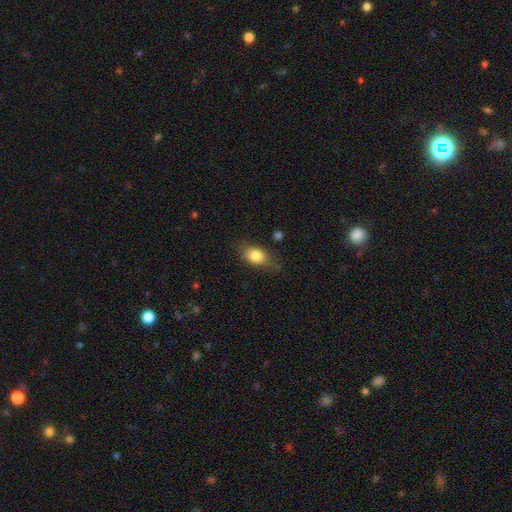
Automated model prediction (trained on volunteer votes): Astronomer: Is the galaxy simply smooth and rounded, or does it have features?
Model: smooth — 80%.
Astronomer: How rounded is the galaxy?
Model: in between — 76%.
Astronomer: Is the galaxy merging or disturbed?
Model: none — 69%.